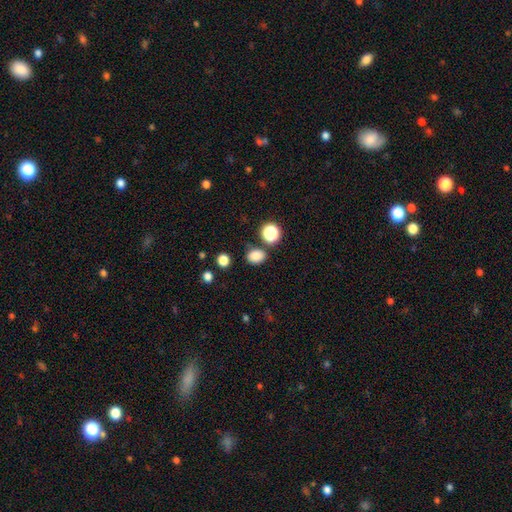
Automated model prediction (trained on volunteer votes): This is clearly a smooth galaxy (82%). How rounded: possibly in between (59%). Merging: likely none (79%).